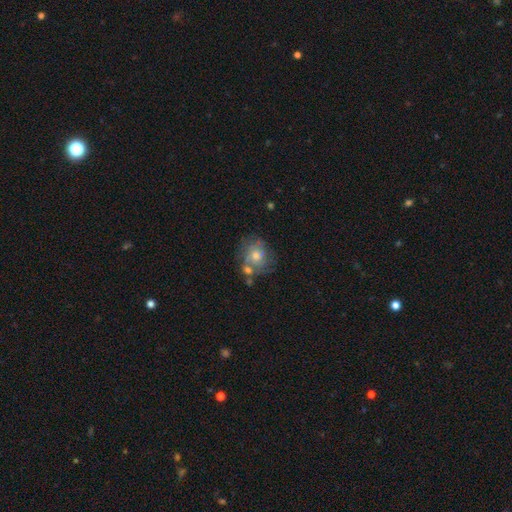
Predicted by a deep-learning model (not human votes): This appears to be a featured or disk galaxy (51%). Merging: none (56%).